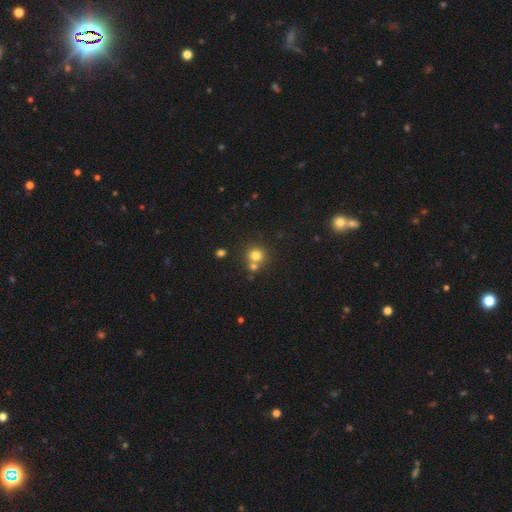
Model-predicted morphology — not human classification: Q: Smooth or featured?
A: smooth (76%); runner-up: star or artifact (14%)
Q: How rounded?
A: round (89%); runner-up: in between (10%)
Q: Merging?
A: none (58%); runner-up: merger (31%)